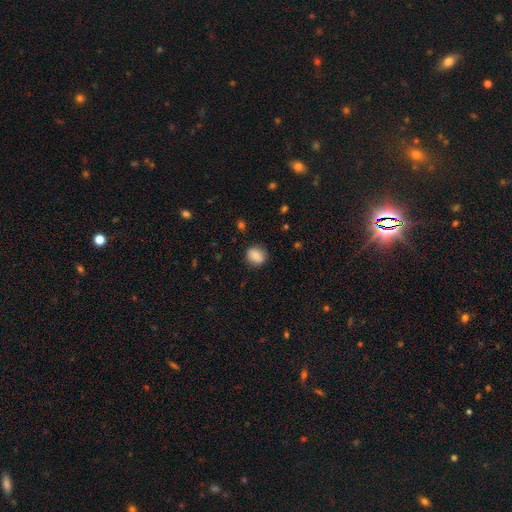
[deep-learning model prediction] Smooth or featured: smooth — 79% (featured or disk — 13%)
How rounded: round — 73% (in between — 26%)
Merging: none — 84% (minor disturbance — 11%)